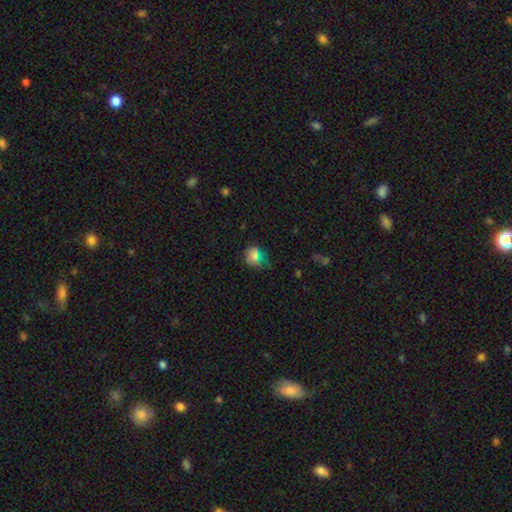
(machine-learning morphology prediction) A smooth galaxy with no disk features (66%) that is round (62%).

Vote fractions:
- Smooth or featured? smooth: 66% / star or artifact: 25% / featured or disk: 9%
- How rounded? round: 62% / in between: 36% / cigar-shaped: 2%
- Merging? none: 65% / minor disturbance: 23% / major disturbance: 10% / merger: 3%